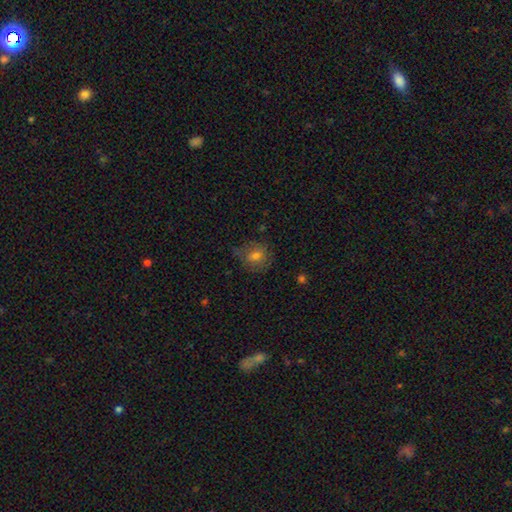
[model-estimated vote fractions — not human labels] Smooth or featured? smooth (70%)
How rounded? round (67%)
Merging? none (61%)